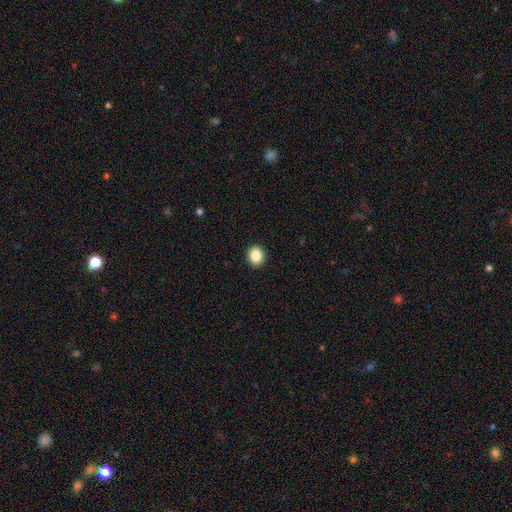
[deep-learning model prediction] Q: Smooth or featured?
A: smooth (86%); runner-up: star or artifact (9%)
Q: How rounded?
A: round (77%); runner-up: in between (22%)
Q: Merging?
A: none (93%); runner-up: minor disturbance (5%)